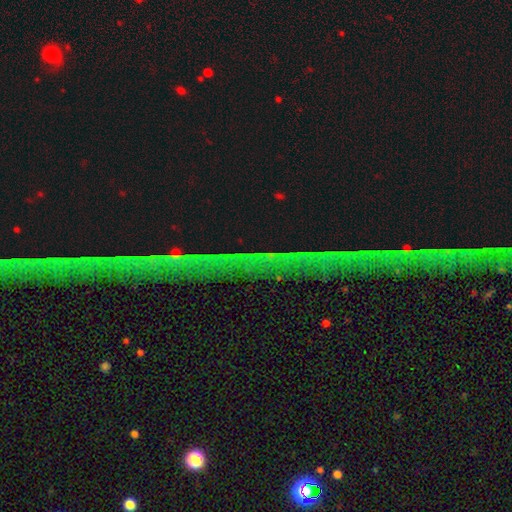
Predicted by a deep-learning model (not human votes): Smooth or featured: star or artifact — 72% (featured or disk — 15%)